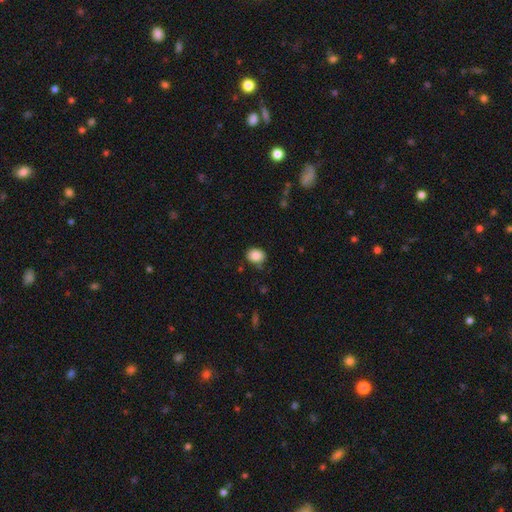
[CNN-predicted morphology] smooth_or_featured: smooth (p=0.87) [alt: star or artifact p=0.09]
how_rounded: in between (p=0.53) [alt: round p=0.46]
merging: none (p=0.75) [alt: minor disturbance p=0.19]